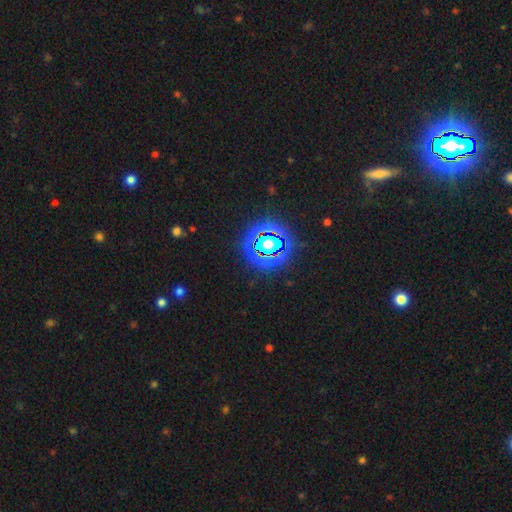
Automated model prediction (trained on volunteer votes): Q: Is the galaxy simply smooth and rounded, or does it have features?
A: star or artifact — 84%.